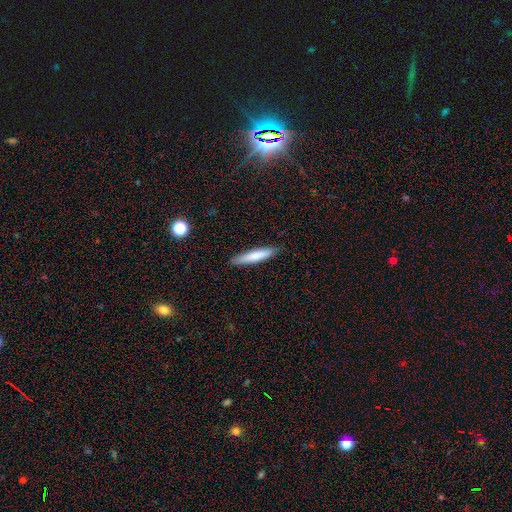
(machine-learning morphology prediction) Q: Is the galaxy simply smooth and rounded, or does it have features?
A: smooth — 77%.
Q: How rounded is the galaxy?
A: cigar-shaped — 89%.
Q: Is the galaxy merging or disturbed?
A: none — 87%.